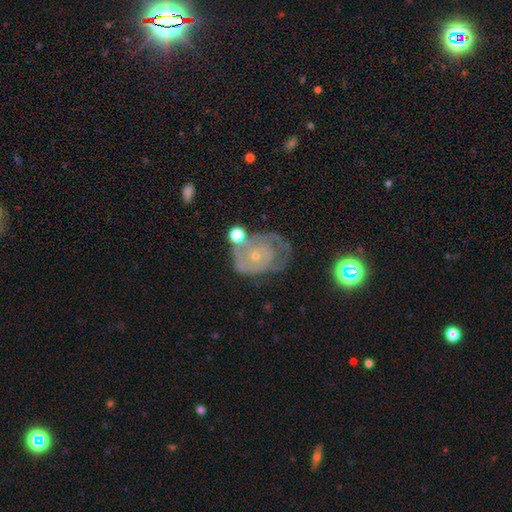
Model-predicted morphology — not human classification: A featured or disk galaxy (76%) with no bar (79%), tight (63%) spiral arms (84%) and a small central bulge (76%). Merging: none (43%).